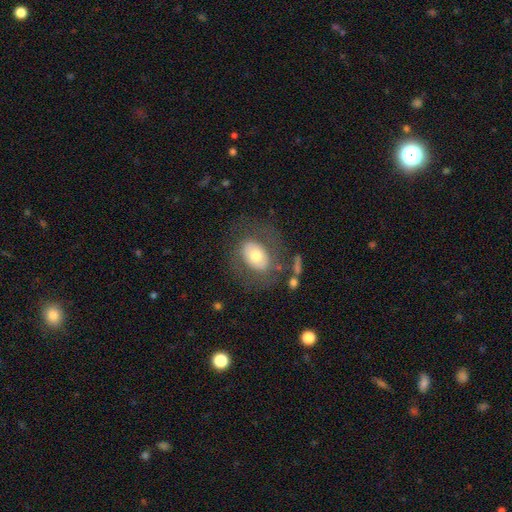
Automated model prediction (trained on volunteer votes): smooth 55%, featured or disk 37%, star or artifact 7%. Down the decision tree: how rounded — in between (72%); merging — none (66%).